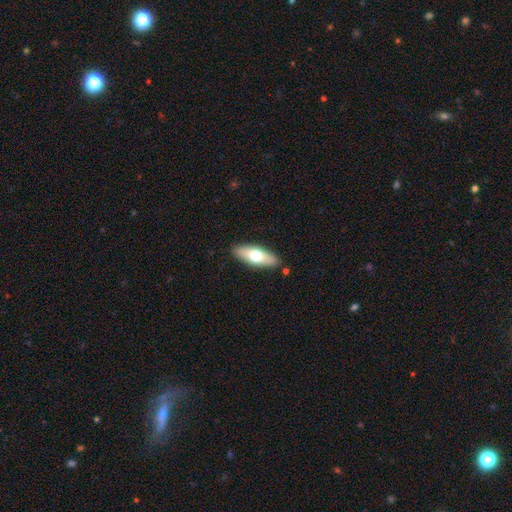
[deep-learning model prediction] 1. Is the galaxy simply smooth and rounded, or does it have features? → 61% smooth, 34% featured or disk, 6% star or artifact.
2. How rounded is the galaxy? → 65% in between, 32% cigar-shaped, 3% round.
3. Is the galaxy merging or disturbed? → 87% none, 9% minor disturbance, 2% major disturbance, 2% merger.